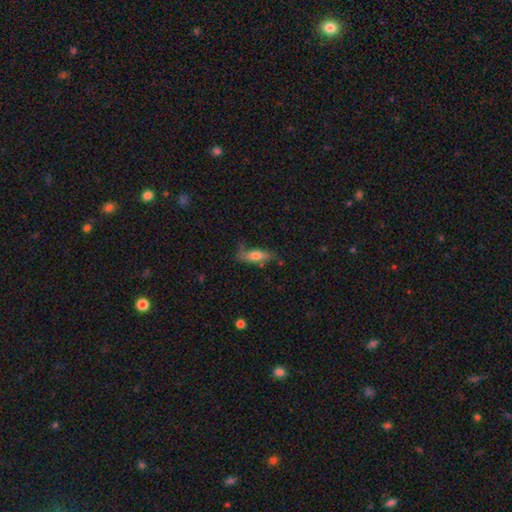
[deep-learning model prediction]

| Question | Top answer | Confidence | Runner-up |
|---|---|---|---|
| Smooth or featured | smooth | 62% | featured or disk (31%) |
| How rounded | in between | 54% | cigar-shaped (43%) |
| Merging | none | 60% | minor disturbance (27%) |